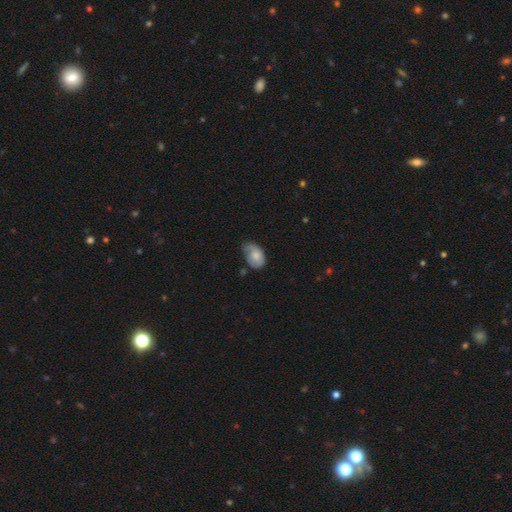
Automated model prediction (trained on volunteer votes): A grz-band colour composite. It shows a smooth galaxy with no disk features (70%) that is in between round and cigar-shaped (86%). Merging: minor disturbance (46%).